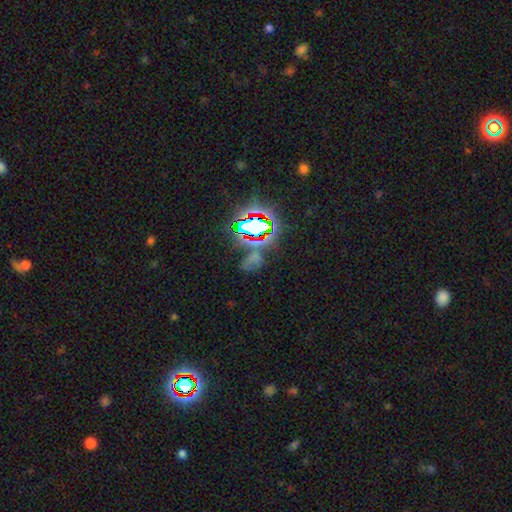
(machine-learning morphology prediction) smooth_or_featured: star or artifact (p=0.71) [alt: smooth p=0.19]